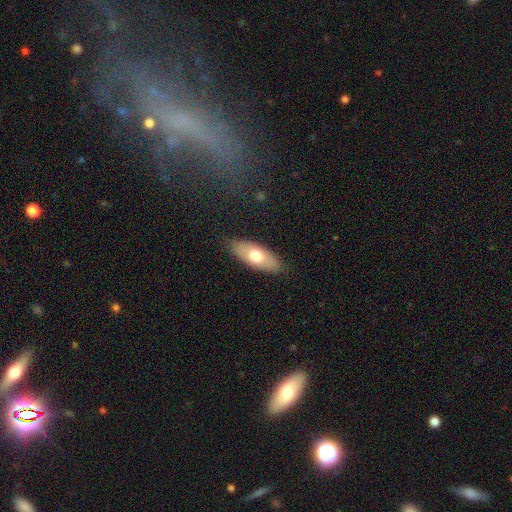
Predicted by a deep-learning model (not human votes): Smooth or featured: smooth — 66% (featured or disk — 29%)
How rounded: in between — 80% (cigar-shaped — 17%)
Merging: none — 85% (minor disturbance — 12%)